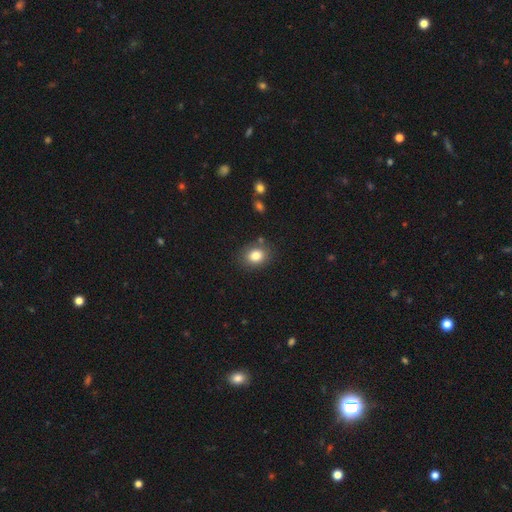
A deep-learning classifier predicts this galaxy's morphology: Smooth or featured? smooth (83%)
How rounded? round (57%)
Merging? none (82%)